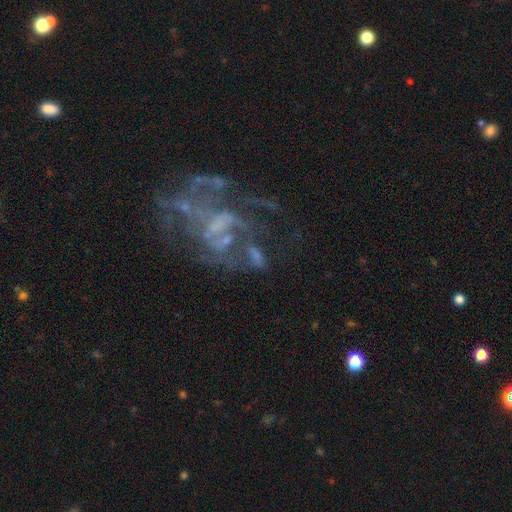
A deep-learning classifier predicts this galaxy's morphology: featured or disk 69%, star or artifact 18%, smooth 14%. Down the decision tree: edge-on disk — no (97%); bar — no (50%); spiral arms — yes (66%); bulge size — small (34%); merging — none (35%).